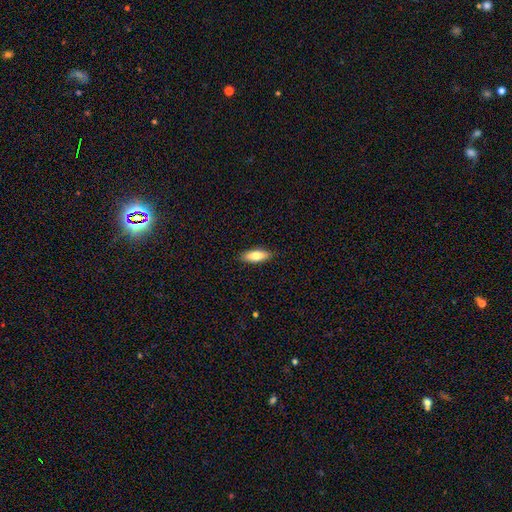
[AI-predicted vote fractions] Smooth or featured?
  - smooth: 80% *
  - featured or disk: 14%
  - star or artifact: 6%
How rounded?
  - in between: 68% *
  - cigar-shaped: 30%
  - round: 2%
Merging?
  - none: 89% *
  - minor disturbance: 8%
  - major disturbance: 2%
  - merger: 1%